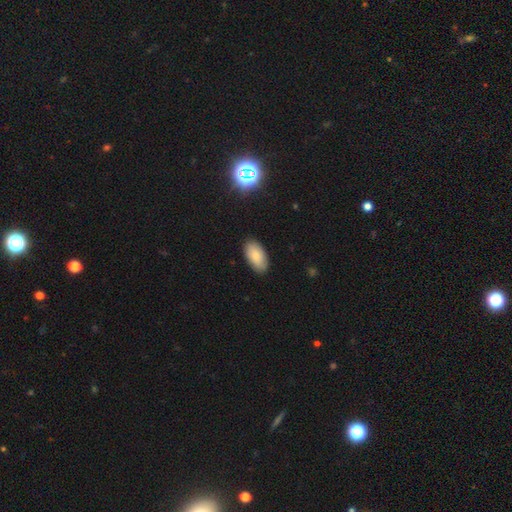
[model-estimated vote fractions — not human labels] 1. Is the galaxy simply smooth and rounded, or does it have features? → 83% smooth, 10% featured or disk, 7% star or artifact.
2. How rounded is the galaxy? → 95% in between, 3% round, 3% cigar-shaped.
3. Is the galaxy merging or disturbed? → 87% none, 10% minor disturbance, 2% major disturbance, 1% merger.